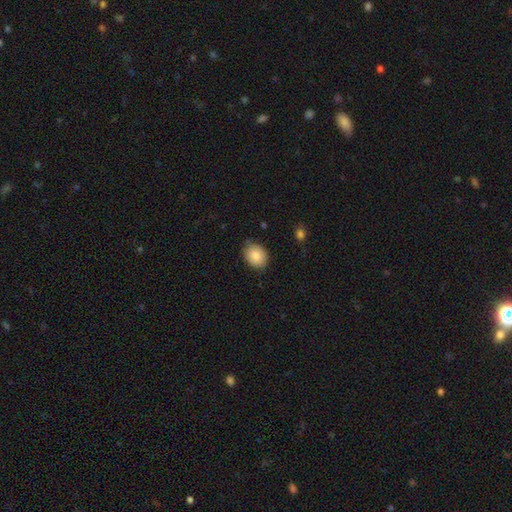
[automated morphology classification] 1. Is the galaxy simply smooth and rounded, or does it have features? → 86% smooth, 8% star or artifact, 6% featured or disk.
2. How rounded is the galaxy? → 54% round, 45% in between, 1% cigar-shaped.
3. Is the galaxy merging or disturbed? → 83% none, 13% minor disturbance, 2% major disturbance, 1% merger.